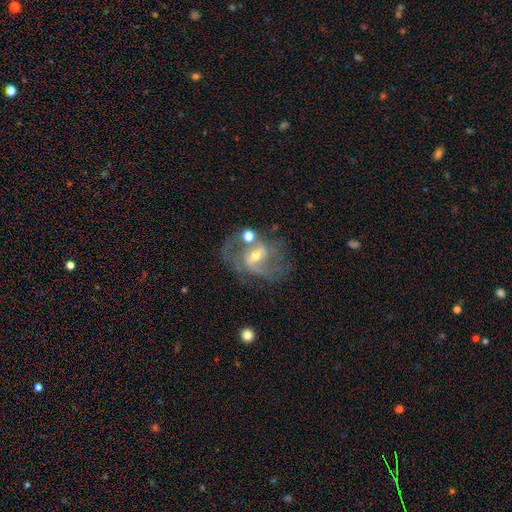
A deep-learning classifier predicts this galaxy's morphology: The model was most divided on "bulge size": moderate: 55%, small: 39%, large: 3%, none: 2%, dominant: 1%. Remaining: edge-on disk — no (97%); spiral arms — yes (87%); smooth or featured — featured or disk (81%); spiral arm count — 2 (62%); bar — weak (49%); spiral winding — medium (49%); merging — none (48%).